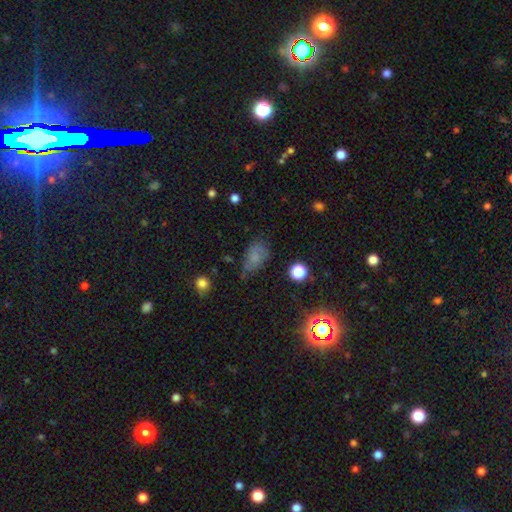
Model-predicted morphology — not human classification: smooth-or-featured: smooth: 66% | featured or disk: 18% | star or artifact: 16%
  how-rounded: in between: 85% | round: 13% | cigar-shaped: 2%
  merging: none: 50% | minor disturbance: 33% | major disturbance: 13% | merger: 4%